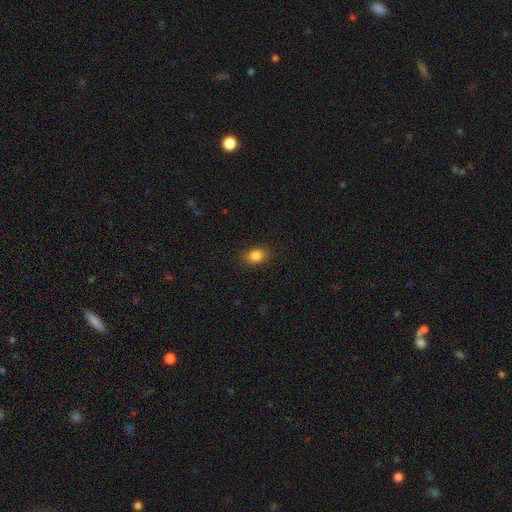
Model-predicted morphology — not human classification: Q: Smooth or featured?
A: smooth (85%); runner-up: star or artifact (10%)
Q: How rounded?
A: in between (73%); runner-up: round (25%)
Q: Merging?
A: none (88%); runner-up: minor disturbance (9%)